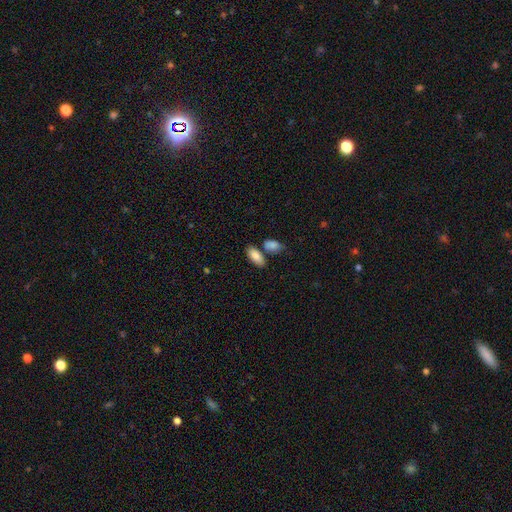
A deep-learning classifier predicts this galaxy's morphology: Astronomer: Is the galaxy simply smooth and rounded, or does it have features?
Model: smooth — 86%.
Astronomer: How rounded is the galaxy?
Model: in between — 89%.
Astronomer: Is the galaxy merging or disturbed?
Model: none — 66%.